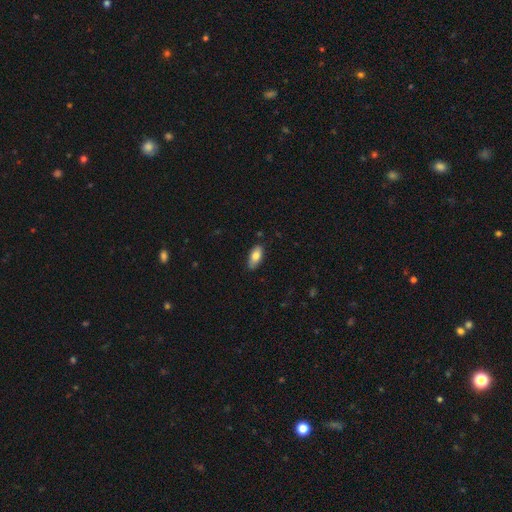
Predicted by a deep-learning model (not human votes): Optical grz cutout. It shows a smooth galaxy with no disk features (80%) that is in between round and cigar-shaped (90%). Merging: none (83%).